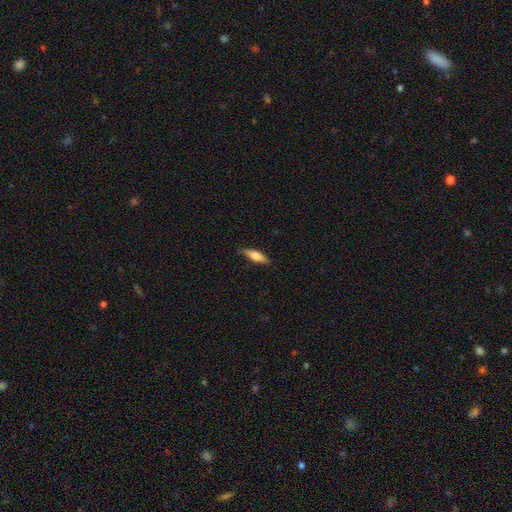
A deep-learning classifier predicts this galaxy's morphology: Smooth or featured: smooth — 64% (featured or disk — 30%)
How rounded: cigar-shaped — 54% (in between — 44%)
Merging: none — 81% (minor disturbance — 15%)